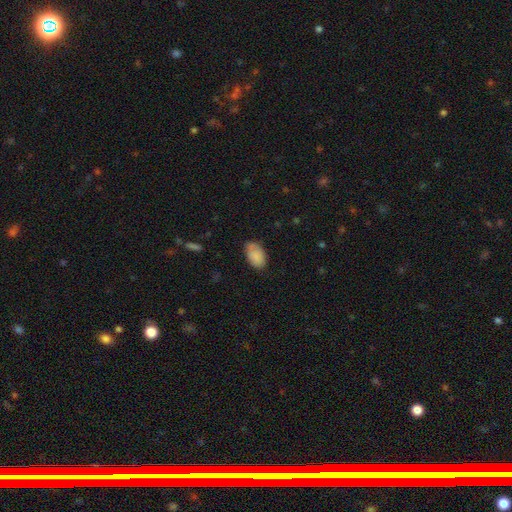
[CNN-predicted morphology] smooth_or_featured: smooth (p=0.85) [alt: featured or disk p=0.08]
how_rounded: in between (p=0.92) [alt: round p=0.06]
merging: none (p=0.64) [alt: minor disturbance p=0.28]